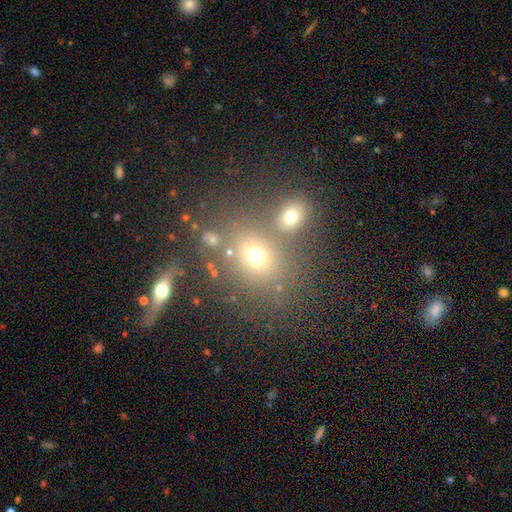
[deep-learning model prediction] Q: Smooth or featured?
A: smooth (64%); runner-up: star or artifact (20%)
Q: How rounded?
A: round (57%); runner-up: in between (41%)
Q: Merging?
A: none (61%); runner-up: merger (22%)